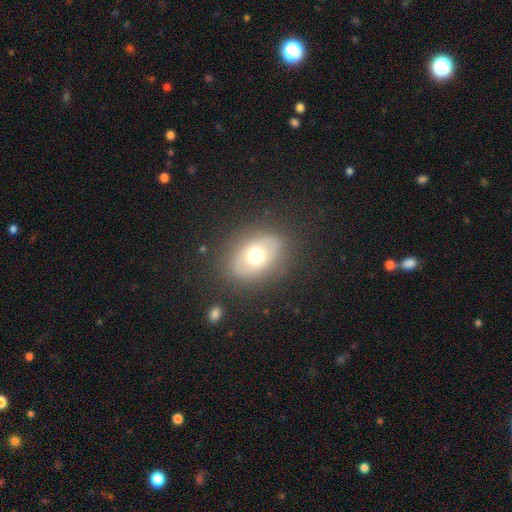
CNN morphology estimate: Smooth or featured: smooth — 57% (featured or disk — 33%)
How rounded: in between — 72% (round — 26%)
Merging: none — 82% (minor disturbance — 11%)